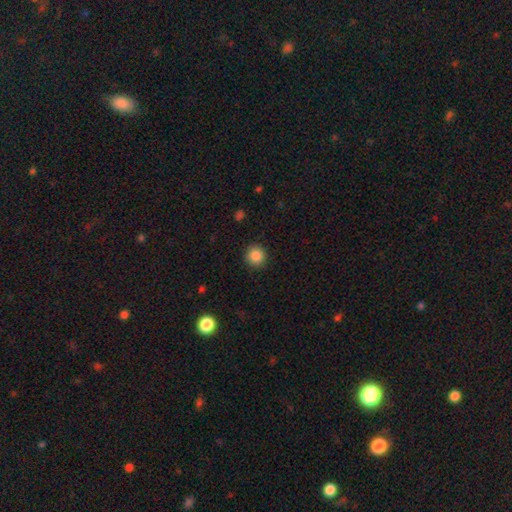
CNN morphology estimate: Smooth or featured?
  - smooth: 86% *
  - star or artifact: 10%
  - featured or disk: 4%
How rounded?
  - round: 93% *
  - in between: 6%
  - cigar-shaped: 1%
Merging?
  - none: 91% *
  - minor disturbance: 6%
  - major disturbance: 2%
  - merger: 1%